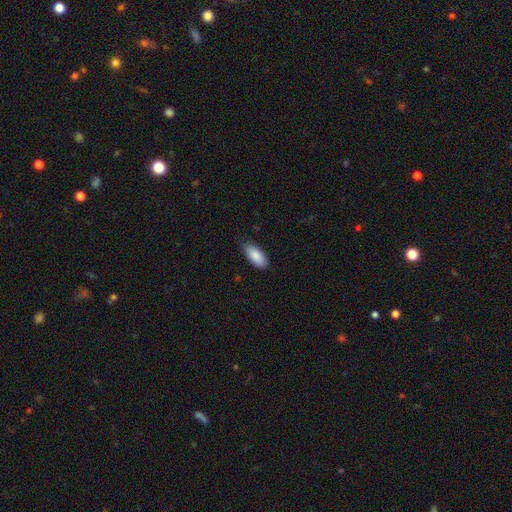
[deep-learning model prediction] Smooth or featured? smooth (88%)
How rounded? in between (89%)
Merging? none (81%)